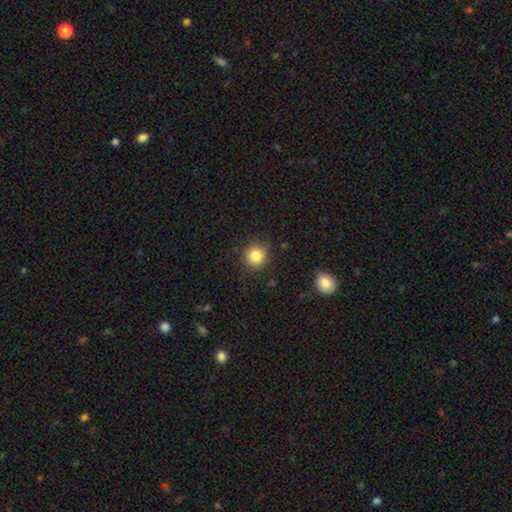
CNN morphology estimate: This appears to be a smooth galaxy with no disk features (85%) that is round (91%). Merging: none (87%).